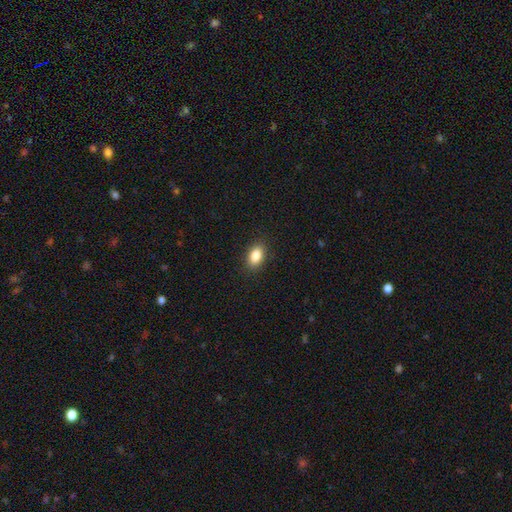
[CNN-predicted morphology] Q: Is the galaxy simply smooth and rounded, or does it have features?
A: smooth — 86%.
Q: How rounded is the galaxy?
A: in between — 89%.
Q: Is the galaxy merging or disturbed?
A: none — 89%.